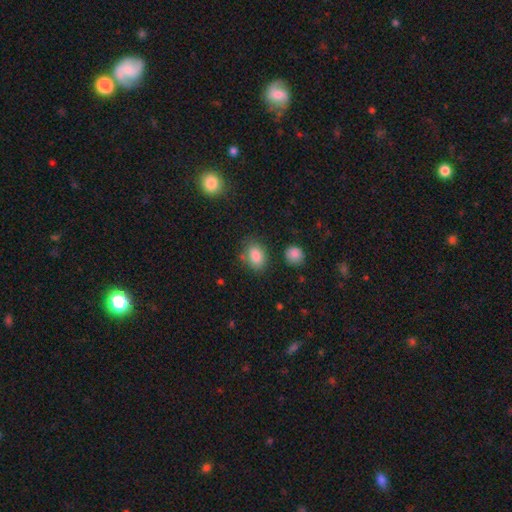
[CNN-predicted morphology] A smooth galaxy with no disk features (85%) that is in between round and cigar-shaped (75%).

Vote fractions:
- Smooth or featured? smooth: 85% / star or artifact: 9% / featured or disk: 6%
- How rounded? in between: 75% / round: 24% / cigar-shaped: 1%
- Merging? none: 70% / minor disturbance: 19% / merger: 6% / major disturbance: 6%